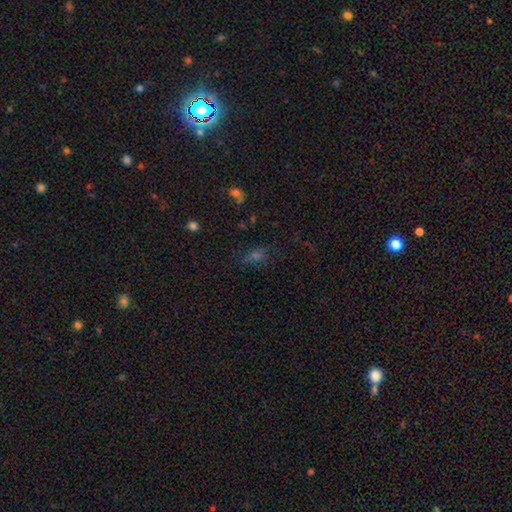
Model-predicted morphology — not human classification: Overall: star or artifact (43%; smooth 39%).